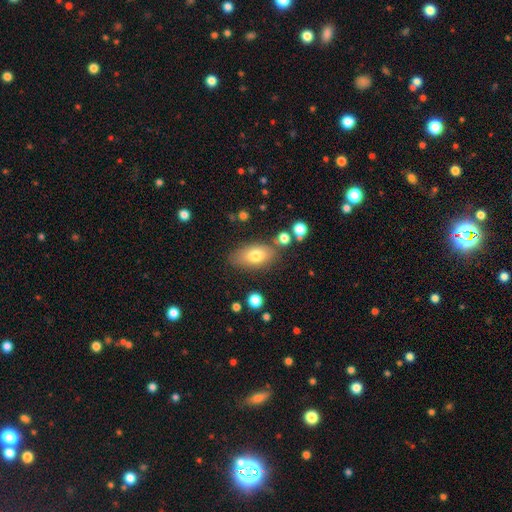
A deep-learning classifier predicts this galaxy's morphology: A smooth galaxy with no disk features (76%) that is in between round and cigar-shaped (88%). Merging: none (74%).